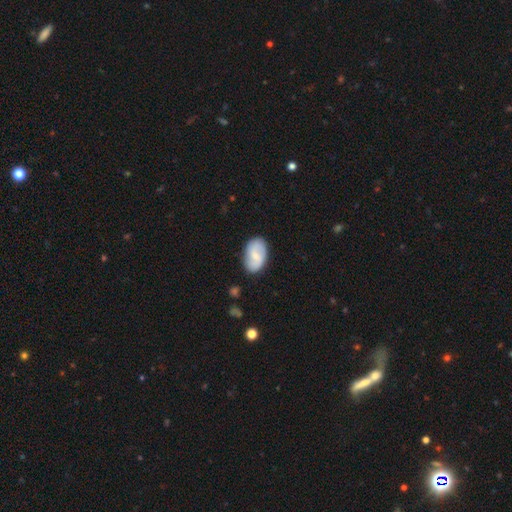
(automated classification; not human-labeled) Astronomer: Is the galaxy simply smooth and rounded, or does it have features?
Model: smooth — 54% (runner-up: featured or disk, 40%).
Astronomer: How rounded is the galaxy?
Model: in between — 91%.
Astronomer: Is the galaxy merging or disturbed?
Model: none — 80%.